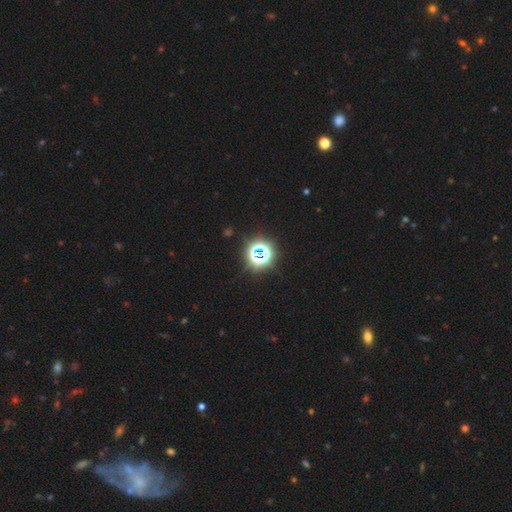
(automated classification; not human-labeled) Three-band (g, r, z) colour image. It shows a star or artifact, not a galaxy (71%).